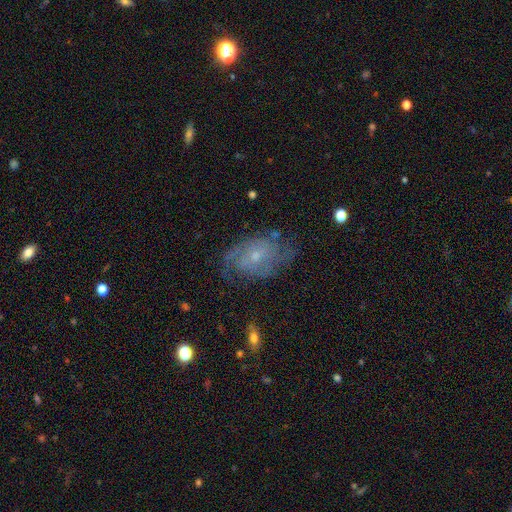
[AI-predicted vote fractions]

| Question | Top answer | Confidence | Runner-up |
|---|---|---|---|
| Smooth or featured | featured or disk | 79% | smooth (14%) |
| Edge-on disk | no | 96% | yes (4%) |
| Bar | no | 63% | weak (32%) |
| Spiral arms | yes | 90% | no (10%) |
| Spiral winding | tight | 42% | medium (41%) |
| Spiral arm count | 2 | 47% | can't tell (29%) |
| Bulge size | small | 69% | moderate (25%) |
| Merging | none | 65% | minor disturbance (21%) |